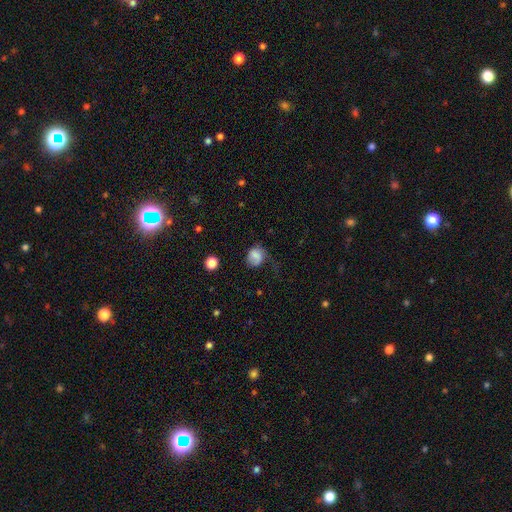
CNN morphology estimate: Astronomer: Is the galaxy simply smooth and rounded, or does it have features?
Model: smooth — 73%.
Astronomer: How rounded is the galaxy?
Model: round — 63%.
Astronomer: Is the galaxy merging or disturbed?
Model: none — 38% (runner-up: major disturbance, 30%).